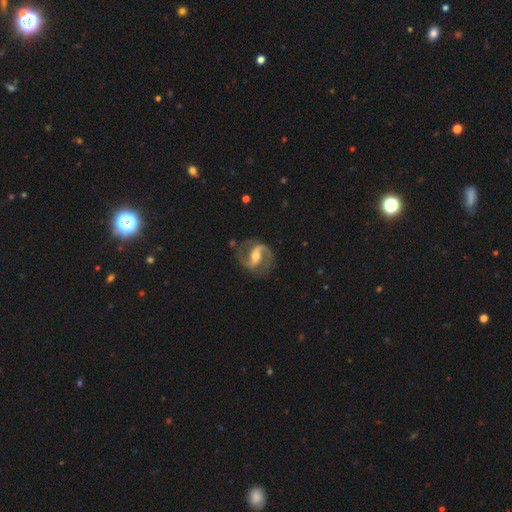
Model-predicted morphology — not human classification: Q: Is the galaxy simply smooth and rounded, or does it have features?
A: featured or disk — 90%.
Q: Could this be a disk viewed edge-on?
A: no — 97%.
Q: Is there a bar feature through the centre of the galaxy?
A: strong — 50%.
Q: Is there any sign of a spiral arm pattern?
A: yes — 96%.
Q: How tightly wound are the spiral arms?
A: medium — 54%.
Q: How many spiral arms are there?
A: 2 — 92%.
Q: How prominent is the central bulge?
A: moderate — 64%.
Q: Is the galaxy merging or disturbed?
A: none — 79%.